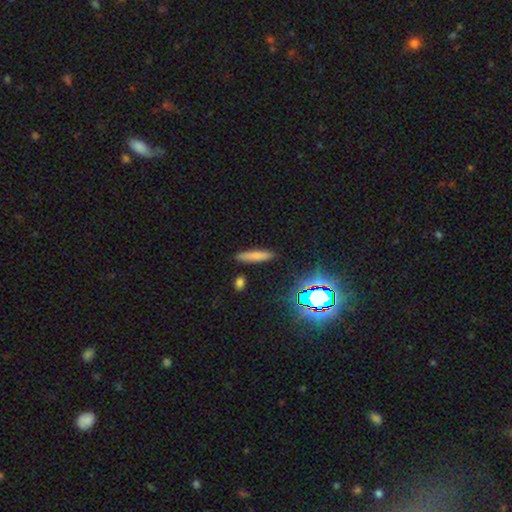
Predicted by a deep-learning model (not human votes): smooth_or_featured: smooth (p=0.74) [alt: star or artifact p=0.13]
how_rounded: cigar-shaped (p=0.80) [alt: in between p=0.18]
merging: none (p=0.88) [alt: minor disturbance p=0.08]